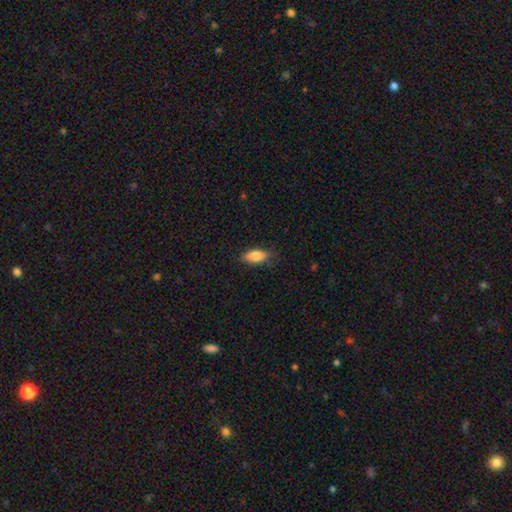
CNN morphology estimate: Q: Smooth or featured?
A: smooth (82%); runner-up: featured or disk (11%)
Q: How rounded?
A: in between (81%); runner-up: cigar-shaped (16%)
Q: Merging?
A: none (82%); runner-up: minor disturbance (15%)